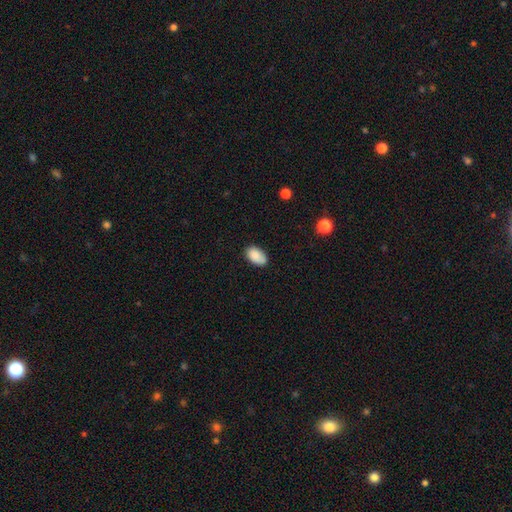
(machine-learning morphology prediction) Q: Smooth or featured?
A: smooth (87%); runner-up: star or artifact (7%)
Q: How rounded?
A: in between (93%); runner-up: round (6%)
Q: Merging?
A: none (79%); runner-up: minor disturbance (17%)